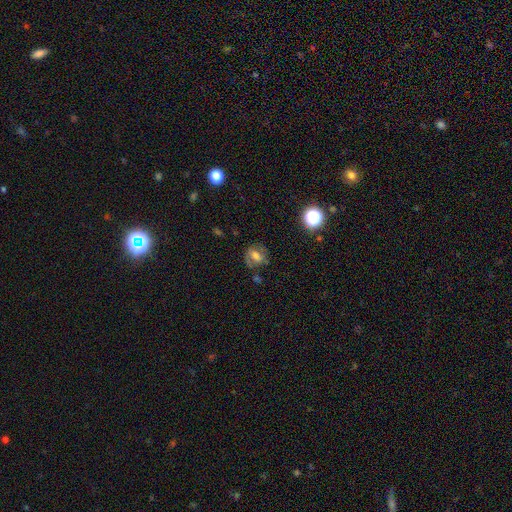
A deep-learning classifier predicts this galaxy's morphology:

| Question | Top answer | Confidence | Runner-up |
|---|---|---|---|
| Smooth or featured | smooth | 44% | featured or disk (42%) |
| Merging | none | 65% | minor disturbance (20%) |